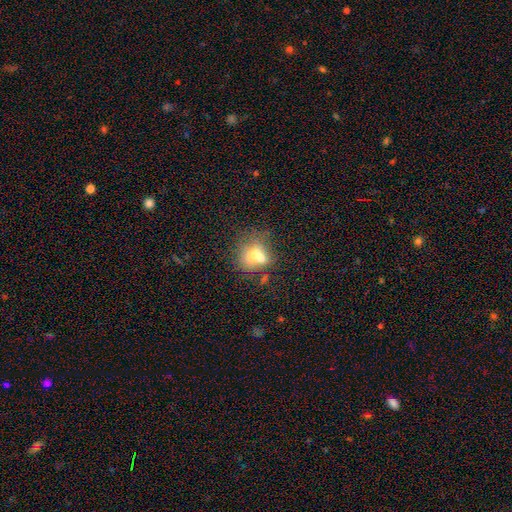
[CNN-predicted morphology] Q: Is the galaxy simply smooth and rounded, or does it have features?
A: smooth — 63%.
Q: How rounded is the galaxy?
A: round — 66%.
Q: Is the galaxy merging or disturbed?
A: merger — 52%.